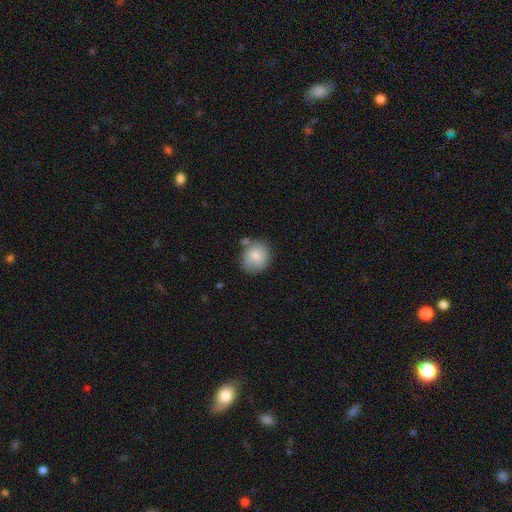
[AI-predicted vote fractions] Smooth or featured? smooth (76%)
How rounded? round (74%)
Merging? none (61%)